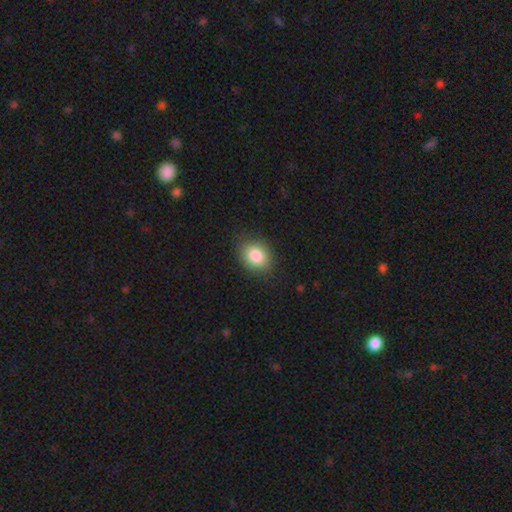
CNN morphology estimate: This appears to be a smooth galaxy with no disk features (84%) that is round (50%). Merging: none (84%).